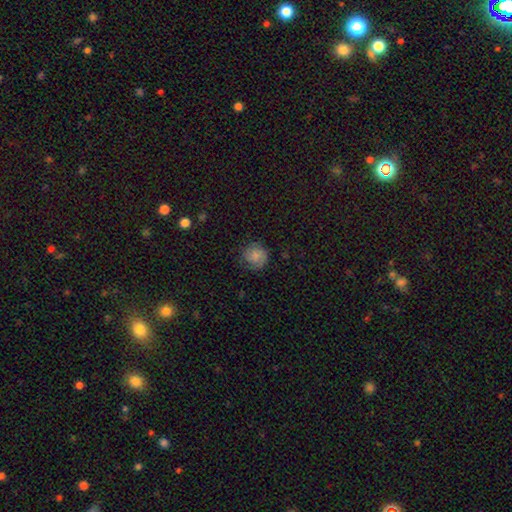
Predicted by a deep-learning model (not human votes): Q: Smooth or featured?
A: smooth (74%); runner-up: featured or disk (17%)
Q: How rounded?
A: round (89%); runner-up: in between (10%)
Q: Merging?
A: none (72%); runner-up: minor disturbance (20%)